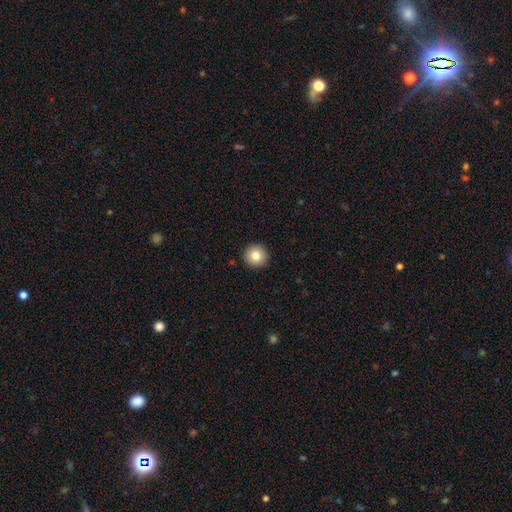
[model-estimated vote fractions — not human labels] Morphology: type=smooth (81%); roundness=round (96%); merging=none (93%).